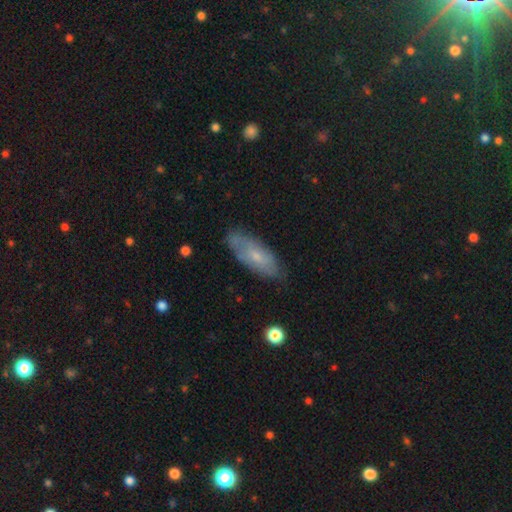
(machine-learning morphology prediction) type=smooth (55%); roundness=in between (76%); merging=none (72%).